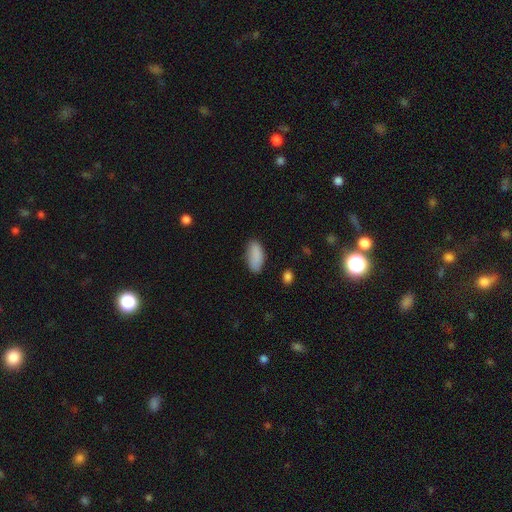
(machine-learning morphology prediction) Overall: smooth (89%). How rounded: in between (89%). Merging: none (81%).